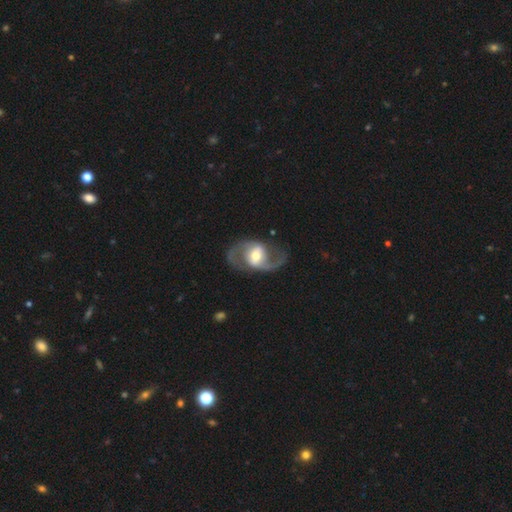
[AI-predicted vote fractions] Smooth or featured? featured or disk (84%)
Edge-on disk? no (96%)
Bar? weak (41%)
Spiral arms? yes (88%)
Spiral winding? medium (49%)
Spiral arm count? 2 (92%)
Bulge size? moderate (63%)
Merging? none (78%)